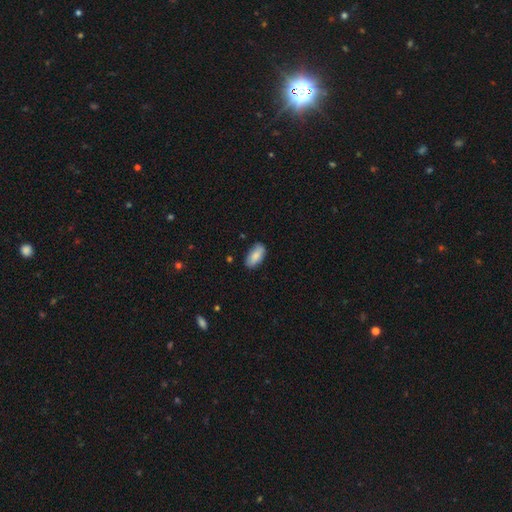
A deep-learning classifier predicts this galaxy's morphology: type=smooth (83%); roundness=in between (90%); merging=none (81%).